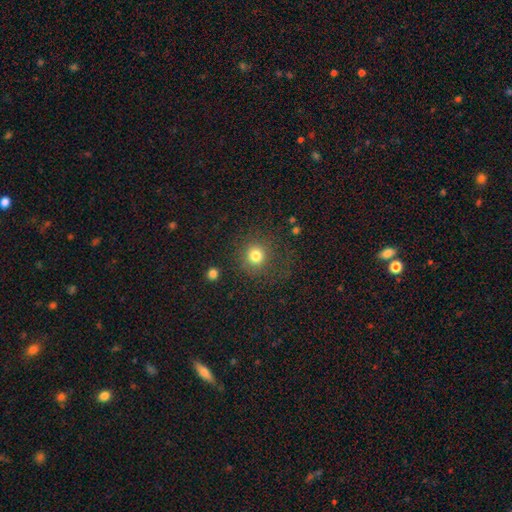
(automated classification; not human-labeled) Smooth or featured? smooth (80%)
How rounded? round (92%)
Merging? none (81%)